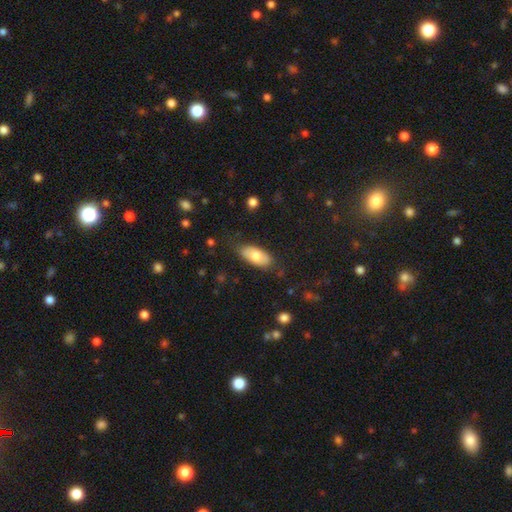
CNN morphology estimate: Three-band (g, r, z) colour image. It shows a smooth galaxy with no disk features (70%) that is in between round and cigar-shaped (91%). Merging: none (77%).